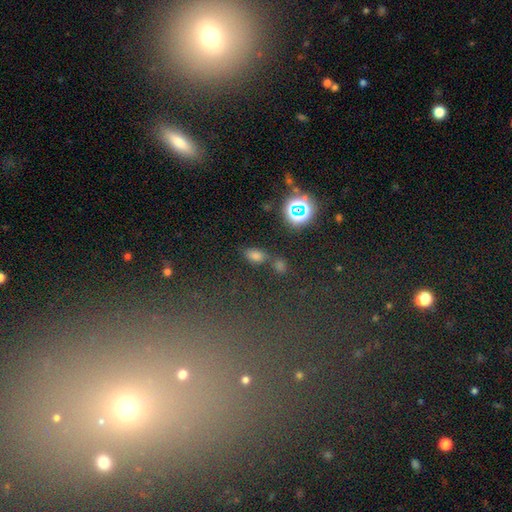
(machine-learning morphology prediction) Overall: smooth (68%). How rounded: in between (83%). Merging: none (59%; merger 22%).